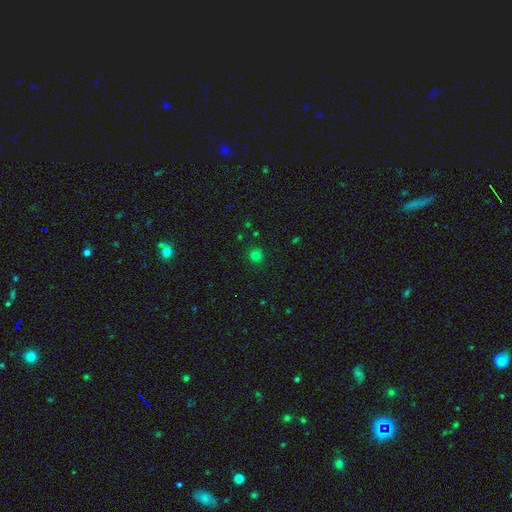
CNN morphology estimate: type=smooth (76%); roundness=round (93%); merging=none (89%).